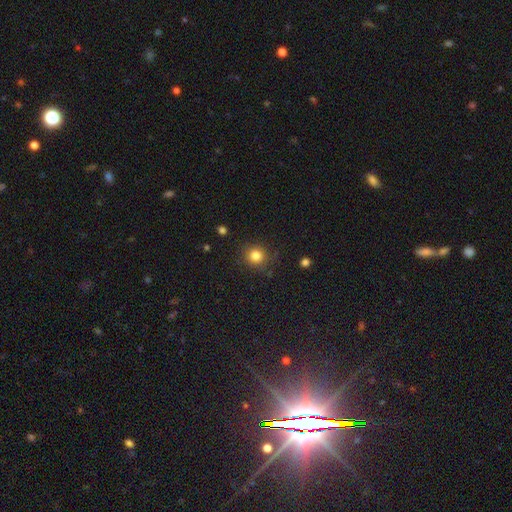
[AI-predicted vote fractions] Smooth or featured? Predicted: smooth (p=0.83). How rounded? Predicted: round (p=0.90). Merging? Predicted: none (p=0.85).